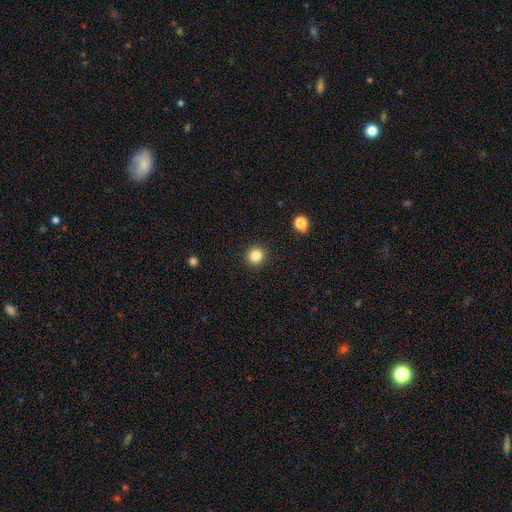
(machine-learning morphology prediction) Overall: smooth (83%). How rounded: round (92%). Merging: none (92%).